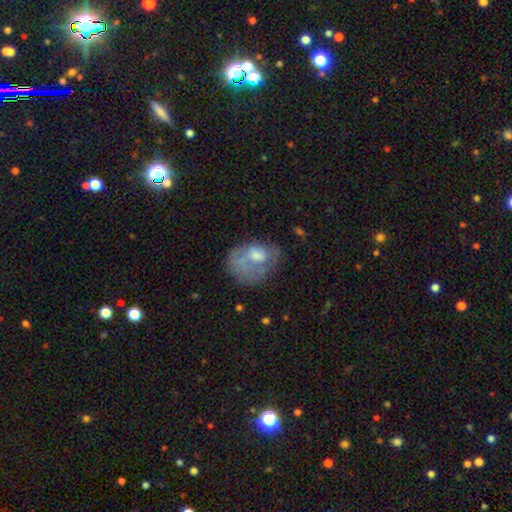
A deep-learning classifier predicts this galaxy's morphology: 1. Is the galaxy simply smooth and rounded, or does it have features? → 48% smooth, 42% featured or disk, 10% star or artifact.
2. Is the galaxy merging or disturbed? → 35% none, 31% major disturbance, 25% minor disturbance, 8% merger.